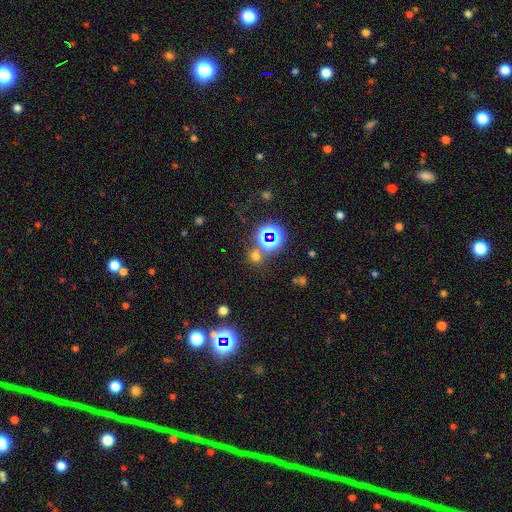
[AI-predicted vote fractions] A smooth galaxy with no disk features (51%) that is round (82%).

Vote fractions:
- Smooth or featured? smooth: 51% / star or artifact: 42% / featured or disk: 7%
- How rounded? round: 82% / in between: 17% / cigar-shaped: 1%
- Merging? none: 70% / merger: 17% / minor disturbance: 8% / major disturbance: 4%